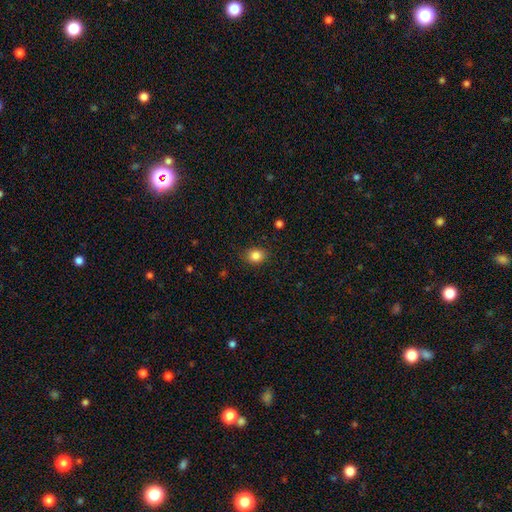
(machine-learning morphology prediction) Q: Smooth or featured?
A: smooth (85%); runner-up: star or artifact (10%)
Q: How rounded?
A: round (57%); runner-up: in between (42%)
Q: Merging?
A: none (86%); runner-up: minor disturbance (10%)